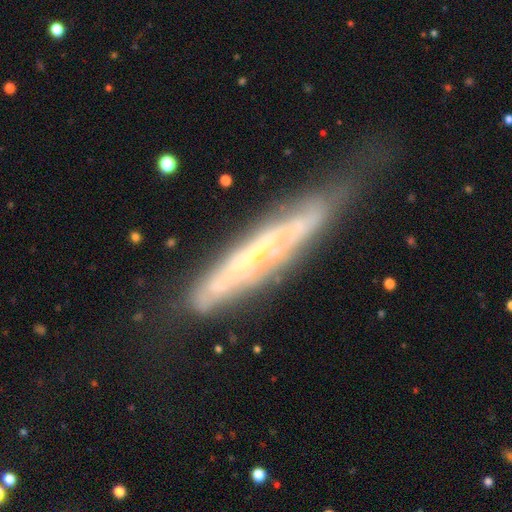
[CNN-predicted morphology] smooth-or-featured: featured or disk: 75% | smooth: 18% | star or artifact: 8%
  disk-edge-on: no: 50% (tied) | yes: 50% (tied)
  merging: none: 57% | minor disturbance: 29% | major disturbance: 11% | merger: 2%